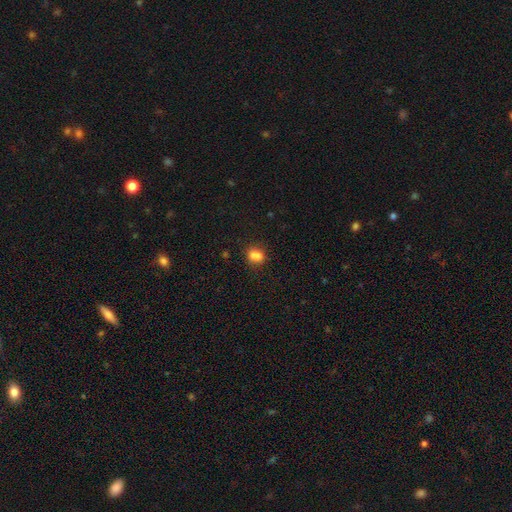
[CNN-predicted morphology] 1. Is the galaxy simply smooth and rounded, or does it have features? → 78% smooth, 12% star or artifact, 10% featured or disk.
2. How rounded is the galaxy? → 53% in between, 44% round, 3% cigar-shaped.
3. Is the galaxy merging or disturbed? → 55% none, 25% merger, 16% minor disturbance, 5% major disturbance.